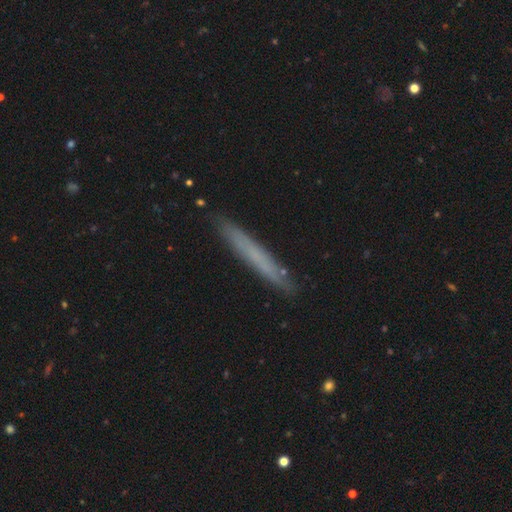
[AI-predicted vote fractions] Smooth or featured? Predicted: smooth (p=0.54). How rounded? Predicted: cigar-shaped (p=0.96). Merging? Predicted: none (p=0.88).